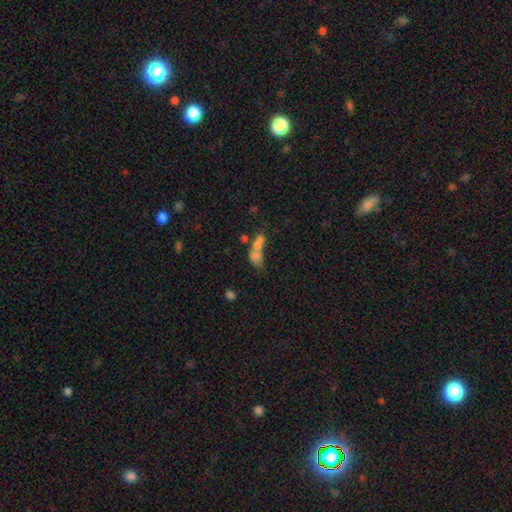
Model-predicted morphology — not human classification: A smooth galaxy with no disk features (63%) that is in between round and cigar-shaped (68%). Merging: merger (63%).